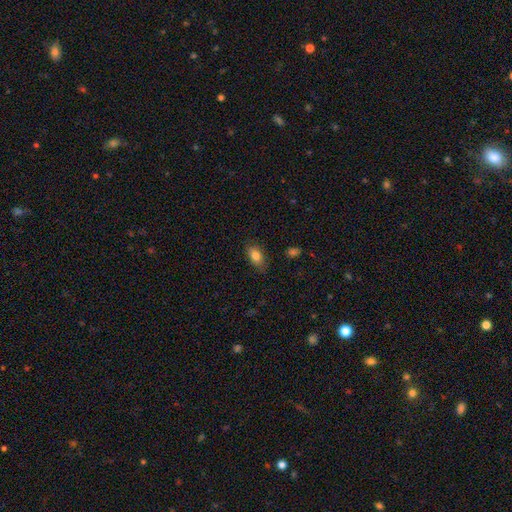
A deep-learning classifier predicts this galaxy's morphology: smooth_or_featured: smooth (p=0.83) [alt: featured or disk p=0.09]
how_rounded: in between (p=0.89) [alt: round p=0.08]
merging: none (p=0.80) [alt: minor disturbance p=0.15]